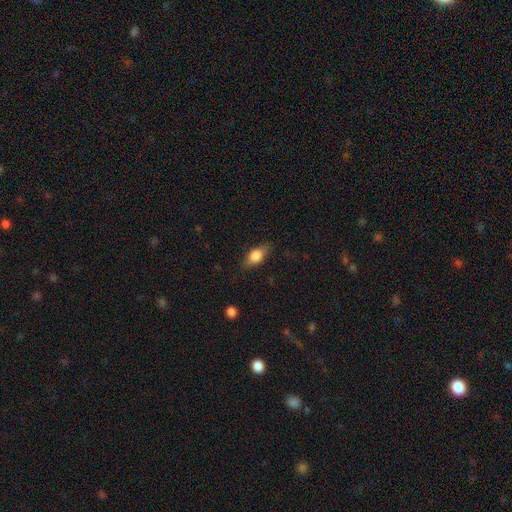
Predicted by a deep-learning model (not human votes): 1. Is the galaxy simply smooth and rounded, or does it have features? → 75% smooth, 17% featured or disk, 8% star or artifact.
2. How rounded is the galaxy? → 82% in between, 10% cigar-shaped, 8% round.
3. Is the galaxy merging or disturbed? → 80% none, 15% minor disturbance, 4% major disturbance, 1% merger.